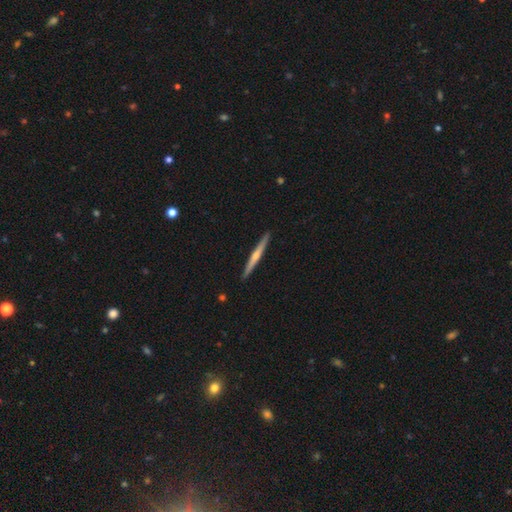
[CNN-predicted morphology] A featured or disk galaxy (68%) viewed edge-on (98%) with a rounded central bulge (73%).

Vote fractions:
- Smooth or featured? featured or disk: 68% / smooth: 27% / star or artifact: 5%
- Edge-on disk? yes: 98% / no: 2%
- Edge-on bulge? rounded: 73% / none: 22% / boxy: 5%
- Merging? none: 93% / minor disturbance: 5% / major disturbance: 1% / merger: 1%